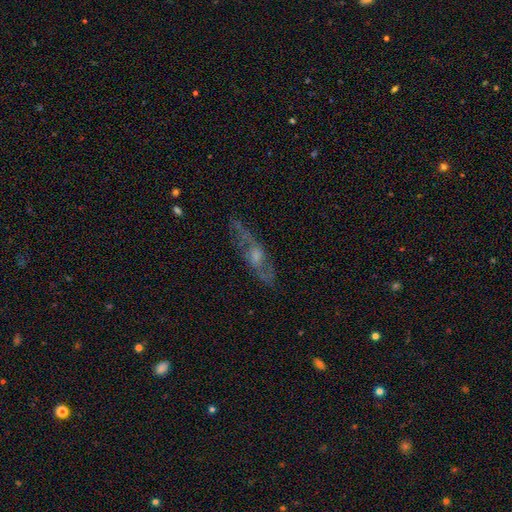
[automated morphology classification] smooth_or_featured: featured or disk (p=0.68) [alt: smooth p=0.18]
disk_edge_on: no (p=0.57) [alt: yes p=0.43]
merging: none (p=0.76) [alt: minor disturbance p=0.15]